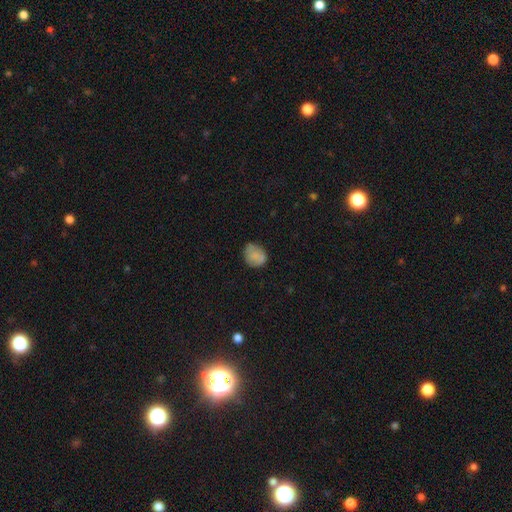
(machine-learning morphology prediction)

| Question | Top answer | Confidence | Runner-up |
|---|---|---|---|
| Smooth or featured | smooth | 80% | featured or disk (11%) |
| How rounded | round | 60% | in between (39%) |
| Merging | none | 68% | minor disturbance (25%) |